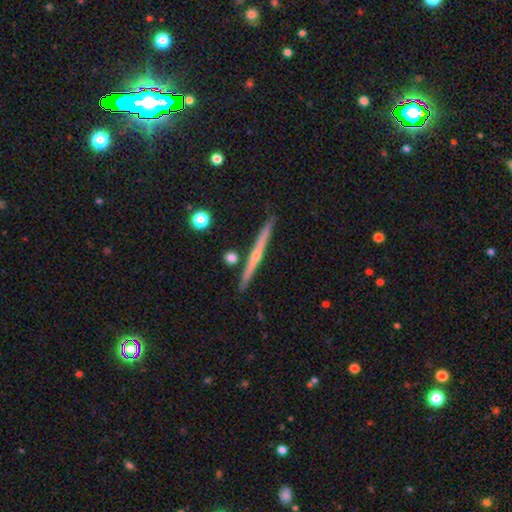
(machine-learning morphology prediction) Smooth or featured: featured or disk — 70% (smooth — 23%)
Edge-on disk: yes — 98% (no — 2%)
Edge-on bulge: rounded — 65% (none — 31%)
Merging: none — 88% (minor disturbance — 7%)